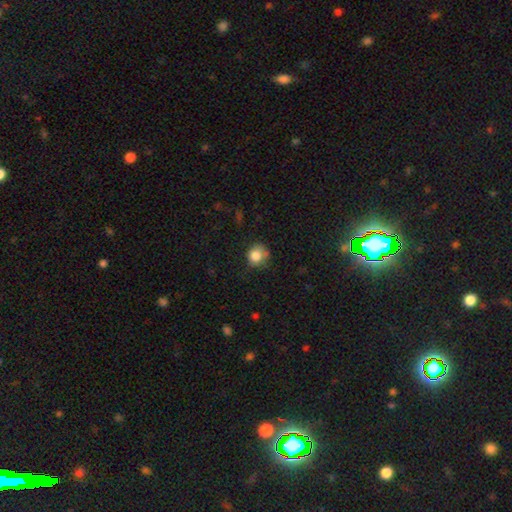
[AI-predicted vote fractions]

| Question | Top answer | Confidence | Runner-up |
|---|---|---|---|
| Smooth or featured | smooth | 82% | star or artifact (10%) |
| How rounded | round | 79% | in between (20%) |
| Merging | none | 61% | minor disturbance (28%) |